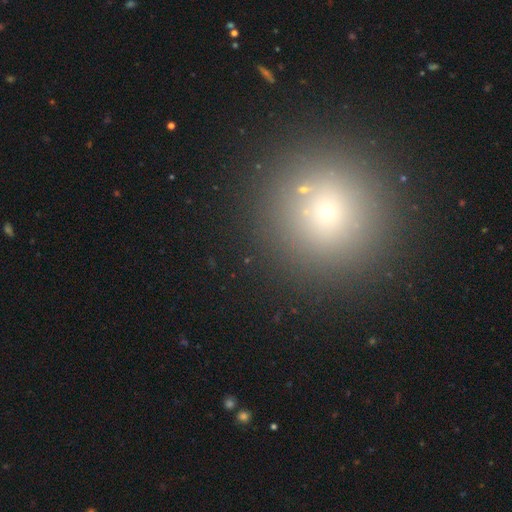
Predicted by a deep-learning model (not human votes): Smooth or featured?
  - smooth: 67% *
  - star or artifact: 24%
  - featured or disk: 10%
How rounded?
  - round: 95% *
  - in between: 4%
  - cigar-shaped: 1%
Merging?
  - none: 88% *
  - minor disturbance: 6%
  - merger: 4%
  - major disturbance: 2%